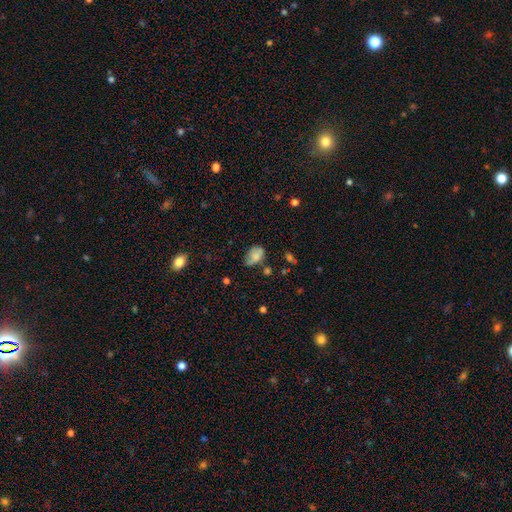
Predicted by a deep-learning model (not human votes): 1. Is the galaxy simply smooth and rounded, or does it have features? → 71% smooth, 19% featured or disk, 10% star or artifact.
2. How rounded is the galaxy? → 79% in between, 19% round, 1% cigar-shaped.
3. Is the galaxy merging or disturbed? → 42% none, 38% minor disturbance, 15% major disturbance, 6% merger.